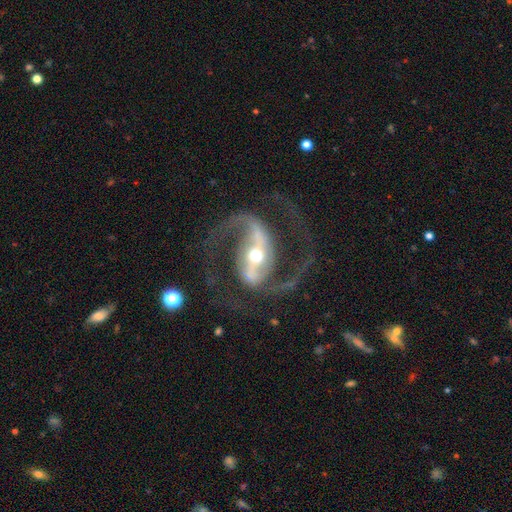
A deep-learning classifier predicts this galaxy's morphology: Overall: featured or disk (91%). Edge-on disk: no (97%). Bar: strong (67%). Spiral arms: yes (96%). Spiral arm count: 2 (93%). Spiral winding: medium (51%; loose 39%). Bulge size: moderate (66%). Merging: none (72%).